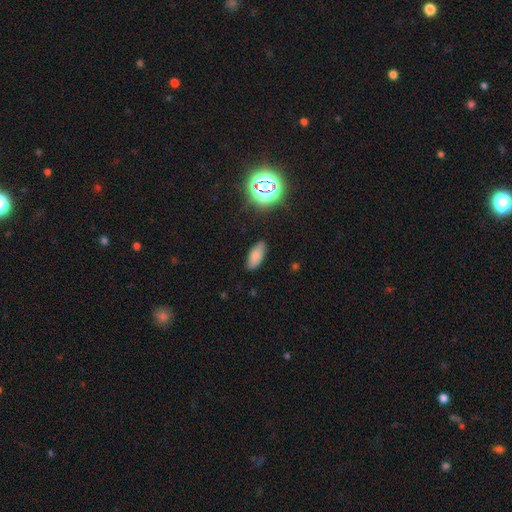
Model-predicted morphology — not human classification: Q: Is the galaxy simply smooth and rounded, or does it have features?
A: smooth — 78%.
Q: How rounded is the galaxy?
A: in between — 86%.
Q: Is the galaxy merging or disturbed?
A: none — 86%.